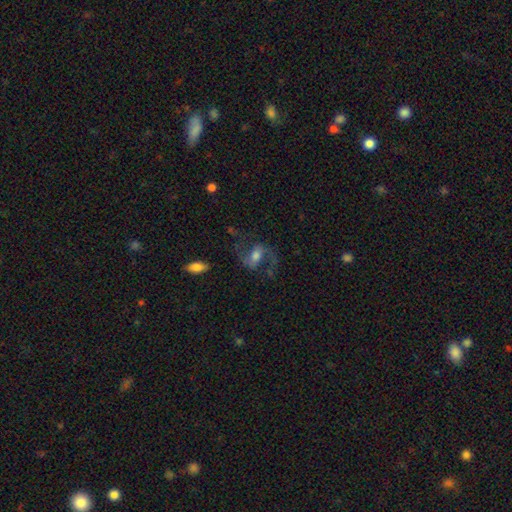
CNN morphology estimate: A featured or disk galaxy (76%) with a weak bar (45%), 2 (91%) loose (54%) spiral arms (92%) and a moderate central bulge (55%). Merging: none (64%).